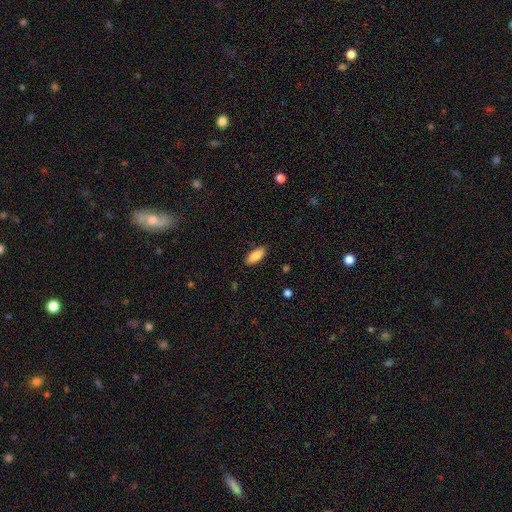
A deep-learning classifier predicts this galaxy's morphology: Overall: smooth (87%). How rounded: in between (84%). Merging: none (87%).